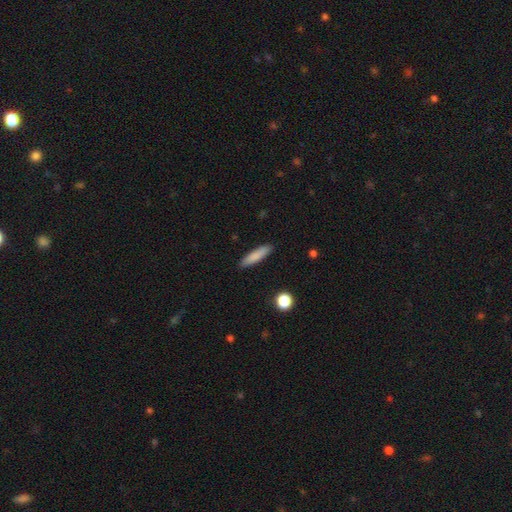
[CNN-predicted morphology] A smooth galaxy with no disk features (83%) that is cigar-shaped (79%).

Vote fractions:
- Smooth or featured? smooth: 83% / featured or disk: 11% / star or artifact: 6%
- How rounded? cigar-shaped: 79% / in between: 19% / round: 2%
- Merging? none: 89% / minor disturbance: 8% / major disturbance: 2% / merger: 1%